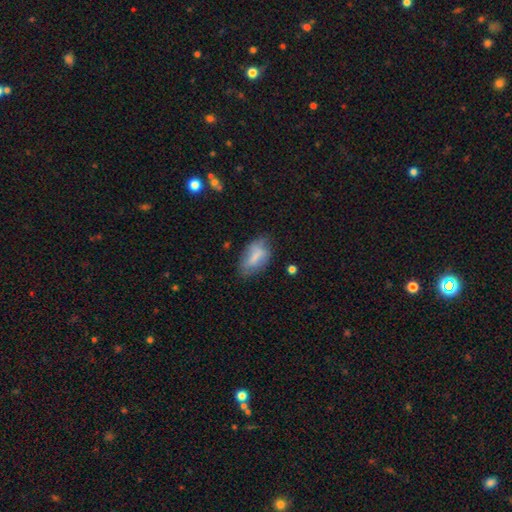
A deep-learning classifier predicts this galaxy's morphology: smooth_or_featured: smooth (p=0.71) [alt: featured or disk p=0.21]
how_rounded: in between (p=0.89) [alt: cigar-shaped p=0.06]
merging: none (p=0.56) [alt: minor disturbance p=0.30]